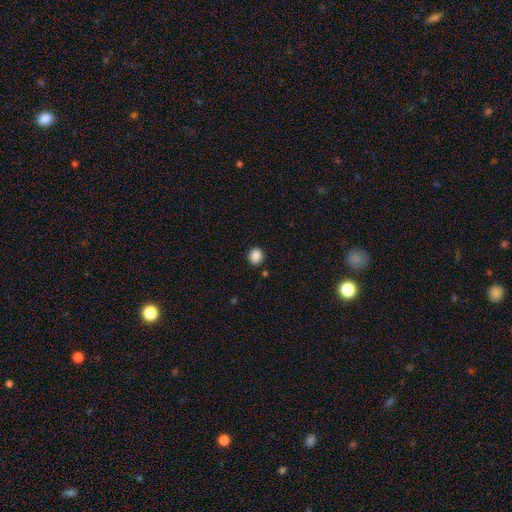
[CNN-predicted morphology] Smooth or featured? Predicted: smooth (p=0.88). How rounded? Predicted: round (p=0.73). Merging? Predicted: none (p=0.88).